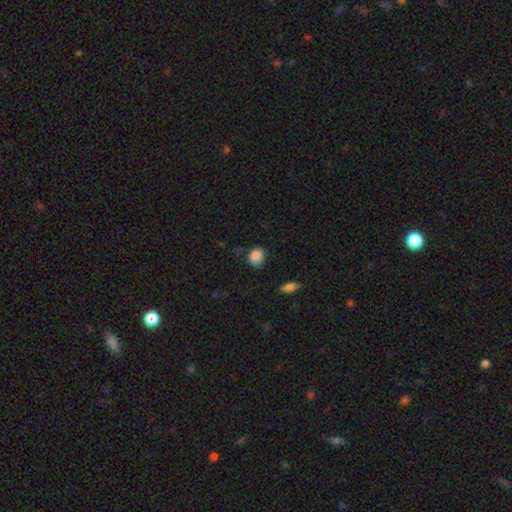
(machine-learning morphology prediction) A smooth galaxy with no disk features (85%) that is round (67%).

Vote fractions:
- Smooth or featured? smooth: 85% / star or artifact: 9% / featured or disk: 6%
- How rounded? round: 67% / in between: 32% / cigar-shaped: 1%
- Merging? none: 72% / minor disturbance: 21% / major disturbance: 5% / merger: 2%